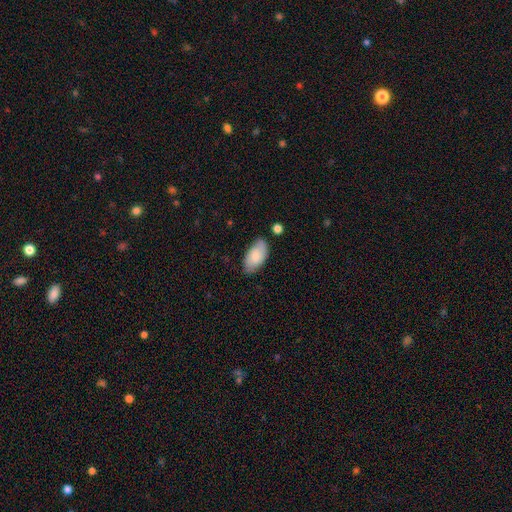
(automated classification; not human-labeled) Overall: smooth (74%). How rounded: in between (95%). Merging: none (77%).